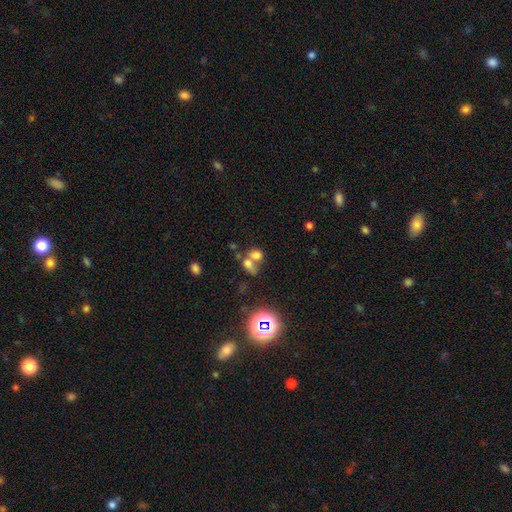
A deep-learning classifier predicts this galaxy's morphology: The model was most divided on "how rounded": round: 53%, in between: 45%, cigar-shaped: 2%. More confident: smooth or featured — smooth (66%); merging — merger (61%).